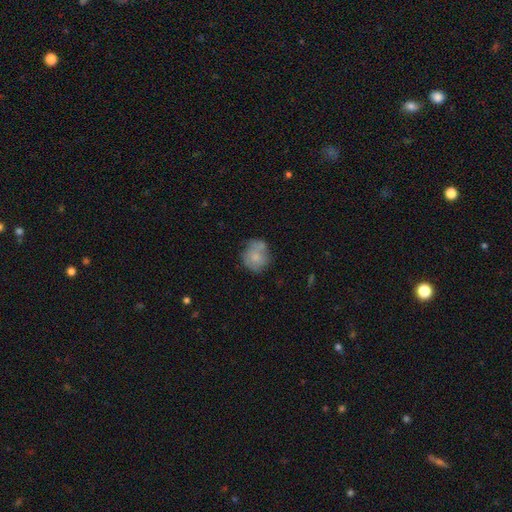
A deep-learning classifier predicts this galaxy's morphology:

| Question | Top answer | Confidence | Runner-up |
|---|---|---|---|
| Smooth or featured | smooth | 67% | featured or disk (25%) |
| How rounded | round | 81% | in between (18%) |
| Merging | none | 51% | minor disturbance (23%) |